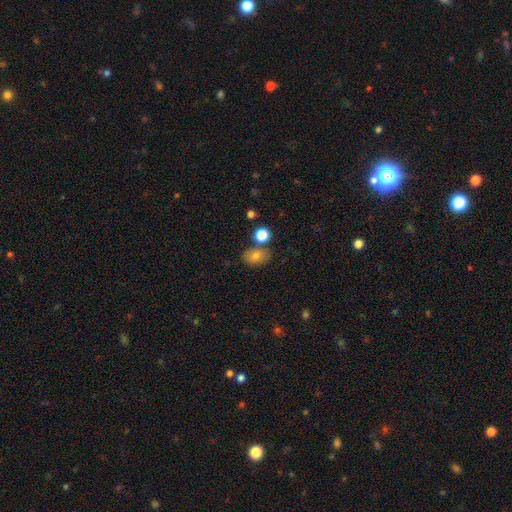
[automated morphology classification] Smooth or featured?
  - smooth: 77% *
  - featured or disk: 12%
  - star or artifact: 11%
How rounded?
  - in between: 75% *
  - round: 23%
  - cigar-shaped: 1%
Merging?
  - none: 70% *
  - minor disturbance: 13%
  - merger: 13%
  - major disturbance: 4%